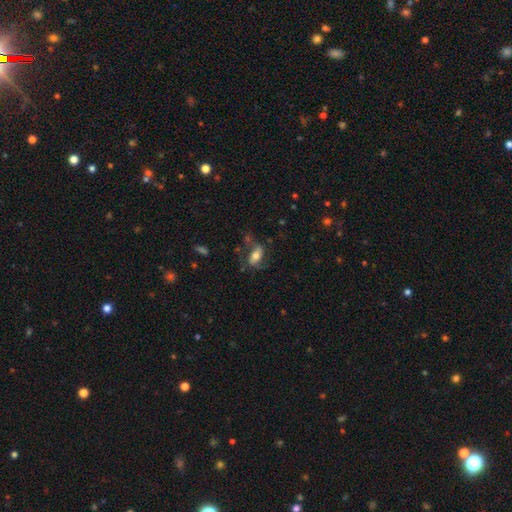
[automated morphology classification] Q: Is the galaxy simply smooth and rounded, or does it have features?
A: featured or disk — 49%.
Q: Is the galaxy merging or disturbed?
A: none — 54%.